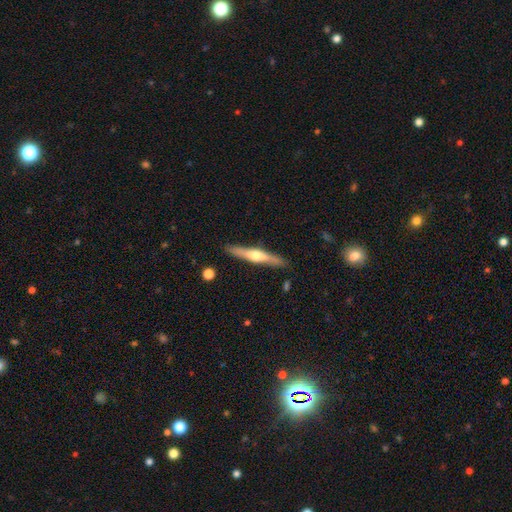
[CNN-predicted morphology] Smooth or featured: featured or disk — 64% (smooth — 31%)
Edge-on disk: yes — 96% (no — 4%)
Edge-on bulge: rounded — 91% (none — 5%)
Merging: none — 89% (minor disturbance — 8%)